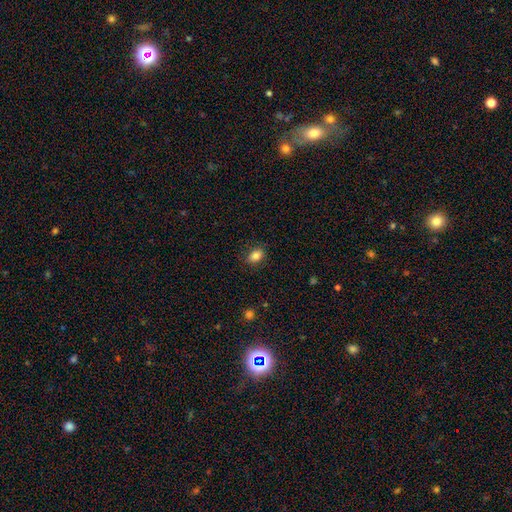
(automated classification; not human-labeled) A smooth galaxy with no disk features (84%) that is in between round and cigar-shaped (75%).

Vote fractions:
- Smooth or featured? smooth: 84% / star or artifact: 9% / featured or disk: 7%
- How rounded? in between: 75% / round: 24% / cigar-shaped: 1%
- Merging? none: 85% / minor disturbance: 11% / major disturbance: 3% / merger: 1%